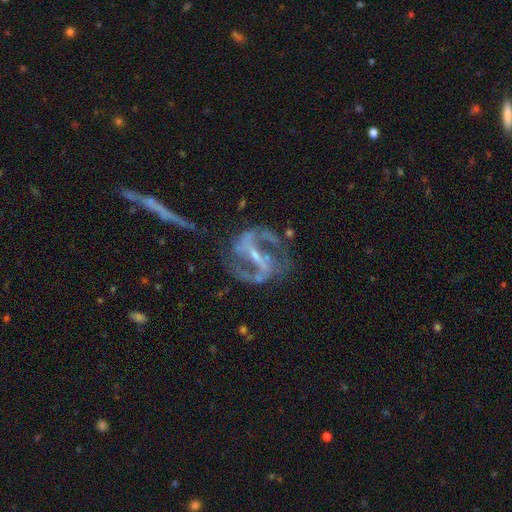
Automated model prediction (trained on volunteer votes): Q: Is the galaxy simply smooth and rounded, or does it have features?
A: featured or disk — 89%.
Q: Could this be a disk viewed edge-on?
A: no — 95%.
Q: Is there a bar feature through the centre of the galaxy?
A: strong — 67%.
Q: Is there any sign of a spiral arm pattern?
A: yes — 94%.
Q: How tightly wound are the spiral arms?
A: medium — 53%.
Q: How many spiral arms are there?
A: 2 — 90%.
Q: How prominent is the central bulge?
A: small — 66%.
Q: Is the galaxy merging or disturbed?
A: none — 63%.